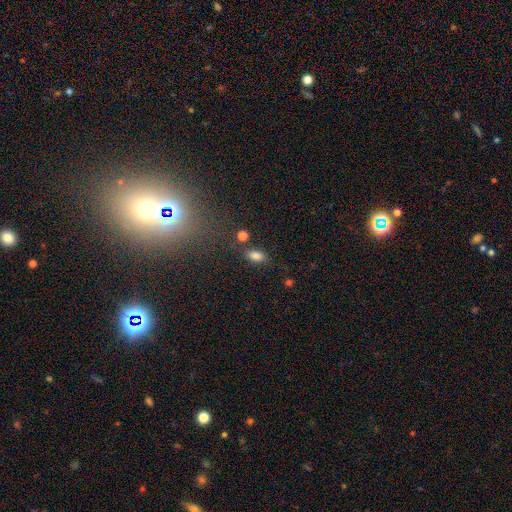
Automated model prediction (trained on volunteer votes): Smooth or featured?
  - smooth: 82% *
  - star or artifact: 11%
  - featured or disk: 7%
How rounded?
  - in between: 86% *
  - round: 10%
  - cigar-shaped: 4%
Merging?
  - none: 72% *
  - minor disturbance: 15%
  - merger: 8%
  - major disturbance: 5%